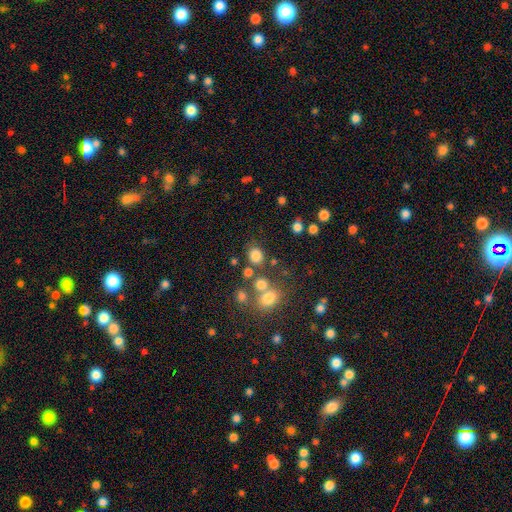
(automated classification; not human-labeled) Smooth or featured?
  - smooth: 78% *
  - star or artifact: 15%
  - featured or disk: 7%
How rounded?
  - round: 67% *
  - in between: 32%
  - cigar-shaped: 1%
Merging?
  - none: 69% *
  - merger: 14%
  - minor disturbance: 12%
  - major disturbance: 6%